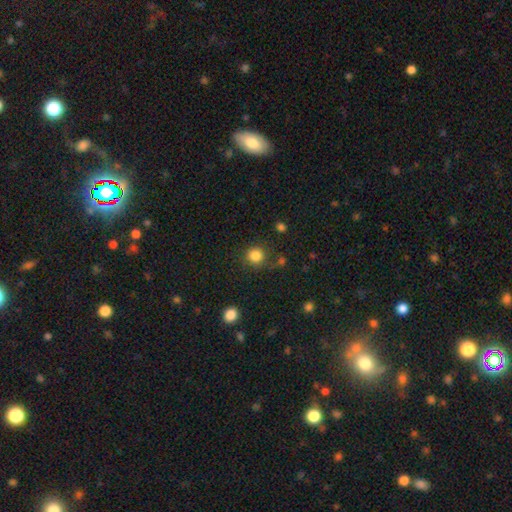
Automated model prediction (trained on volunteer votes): smooth_or_featured: smooth (p=0.84) [alt: star or artifact p=0.12]
how_rounded: round (p=0.90) [alt: in between p=0.09]
merging: none (p=0.81) [alt: minor disturbance p=0.11]